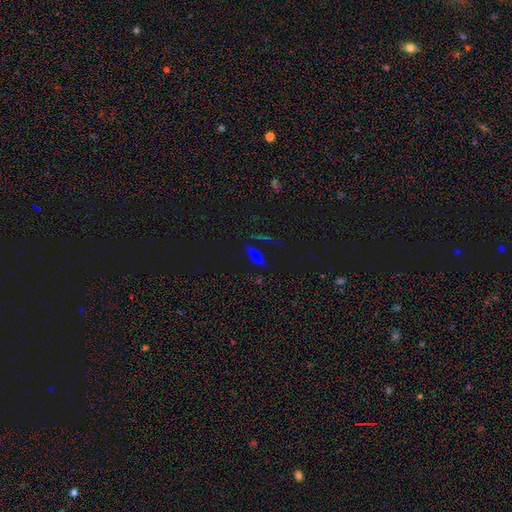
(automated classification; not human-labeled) A smooth galaxy with no disk features (48%).

Vote fractions:
- Smooth or featured? smooth: 48% / featured or disk: 33% / star or artifact: 19%
- Merging? none: 80% / minor disturbance: 12% / merger: 4% / major disturbance: 4%